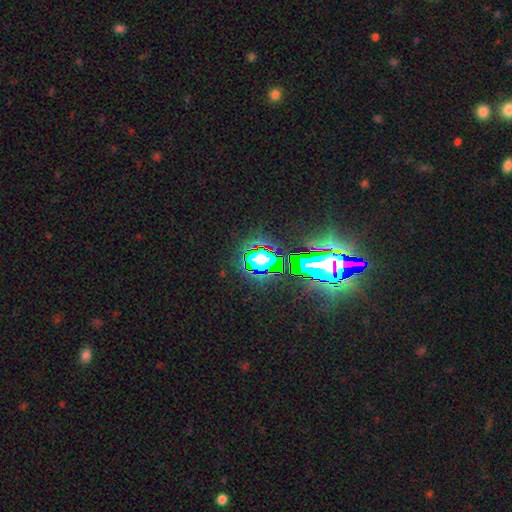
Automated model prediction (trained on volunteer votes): star or artifact 67%, smooth 21%, featured or disk 13%.